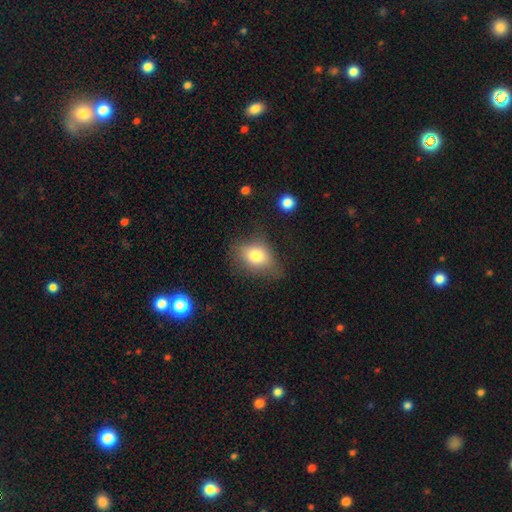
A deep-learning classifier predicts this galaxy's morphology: A smooth galaxy with no disk features (76%) that is in between round and cigar-shaped (65%). Merging: none (56%).